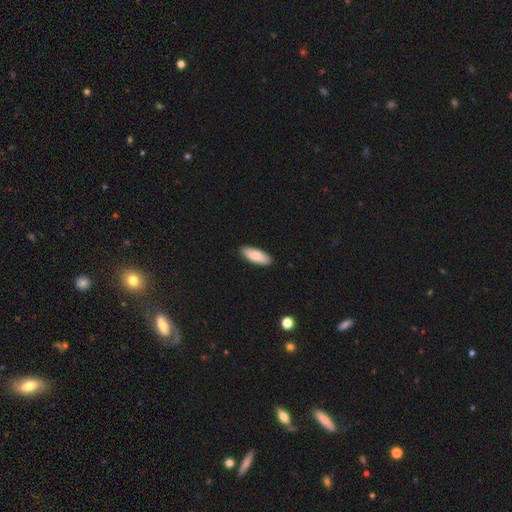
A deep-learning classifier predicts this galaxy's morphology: A smooth galaxy with no disk features (84%) that is in between round and cigar-shaped (76%).

Vote fractions:
- Smooth or featured? smooth: 84% / featured or disk: 11% / star or artifact: 5%
- How rounded? in between: 76% / cigar-shaped: 23% / round: 2%
- Merging? none: 89% / minor disturbance: 8% / major disturbance: 1% / merger: 1%